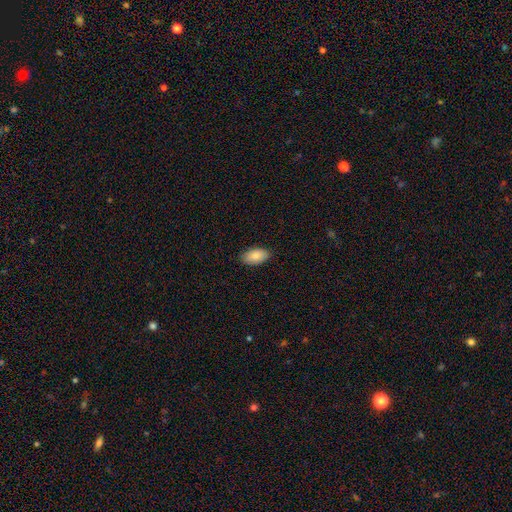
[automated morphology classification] type=smooth (87%); roundness=in between (95%); merging=none (87%).